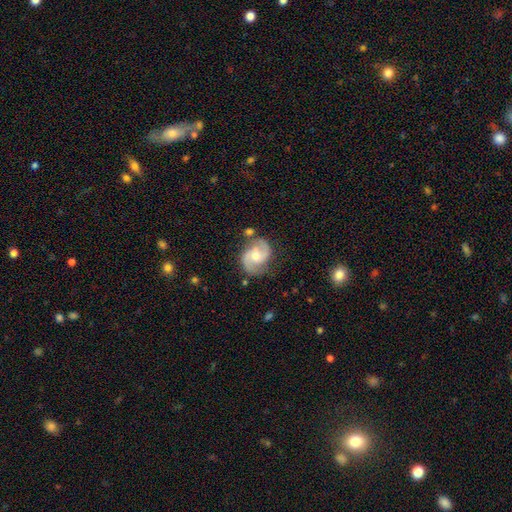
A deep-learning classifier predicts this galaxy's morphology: A featured or disk galaxy (86%) with no bar (51%), 2 (93%) medium (58%) spiral arms (97%) and a moderate central bulge (60%). Merging: none (75%).